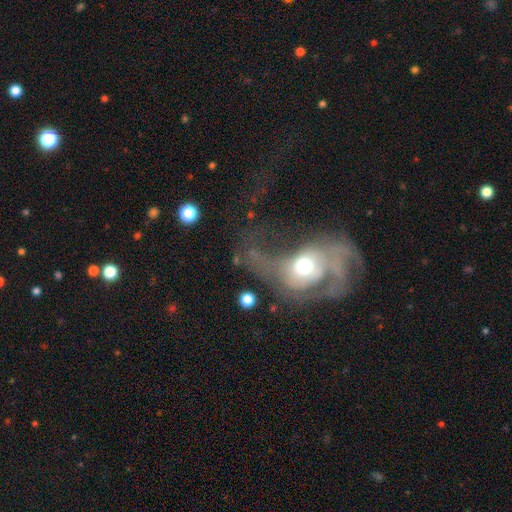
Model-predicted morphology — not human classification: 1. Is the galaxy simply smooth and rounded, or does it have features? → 73% featured or disk, 17% smooth, 10% star or artifact.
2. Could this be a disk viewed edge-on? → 96% no, 4% yes.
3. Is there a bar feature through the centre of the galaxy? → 74% no, 19% weak, 7% strong.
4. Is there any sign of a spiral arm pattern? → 74% yes, 26% no.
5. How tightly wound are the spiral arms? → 53% loose, 33% medium, 14% tight.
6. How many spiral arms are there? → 37% 2, 25% can't tell, 14% 1, 14% 3, 5% 4, 4% more than 4.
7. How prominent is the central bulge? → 68% moderate, 14% large, 14% small, 2% dominant, 1% none.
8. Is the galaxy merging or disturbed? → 61% major disturbance, 19% none, 13% minor disturbance, 7% merger.